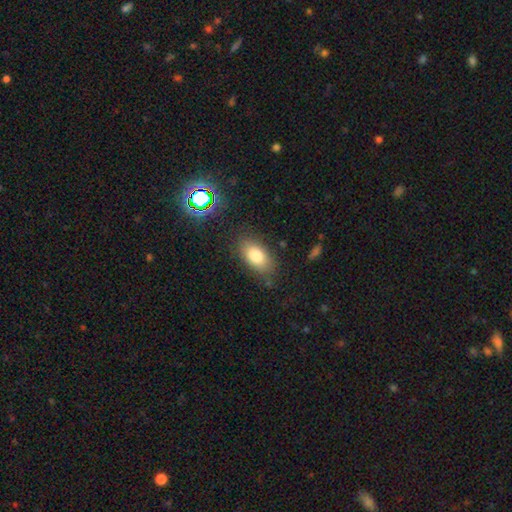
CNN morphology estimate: This is likely a smooth galaxy (80%). How rounded: clearly in between (90%). Merging: likely none (80%).